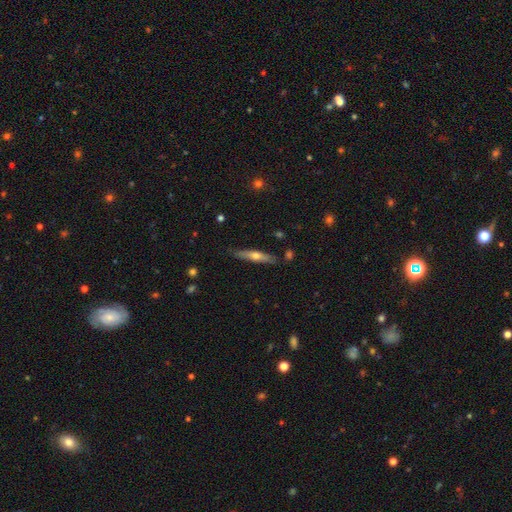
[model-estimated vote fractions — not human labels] A featured or disk galaxy (51%) viewed edge-on (91%). Merging: none (82%).